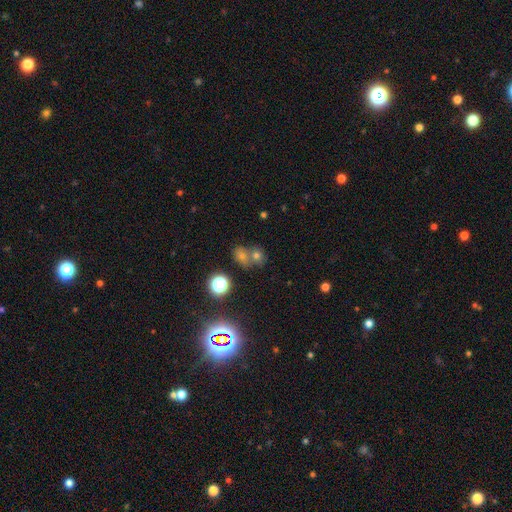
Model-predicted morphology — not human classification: Smooth or featured: smooth — 50% (star or artifact — 36%)
How rounded: round — 70% (in between — 29%)
Merging: merger — 49% (none — 40%)